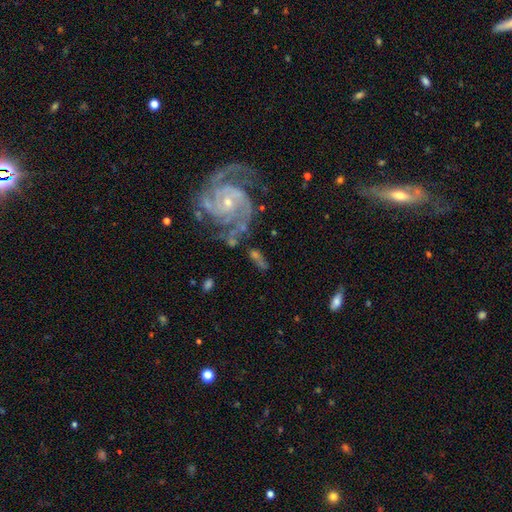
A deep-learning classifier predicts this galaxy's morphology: Q: Smooth or featured?
A: featured or disk (83%); runner-up: smooth (9%)
Q: Edge-on disk?
A: no (96%); runner-up: yes (4%)
Q: Bar?
A: no (61%); runner-up: weak (28%)
Q: Spiral arms?
A: yes (96%); runner-up: no (4%)
Q: Spiral winding?
A: tight (54%); runner-up: medium (36%)
Q: Spiral arm count?
A: 2 (42%); runner-up: 3 (24%)
Q: Bulge size?
A: small (72%); runner-up: moderate (23%)
Q: Merging?
A: none (59%); runner-up: minor disturbance (20%)